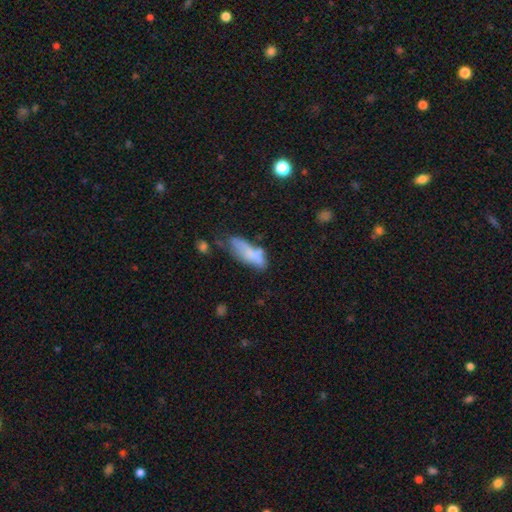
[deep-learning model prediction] smooth-or-featured: smooth: 62% | featured or disk: 27% | star or artifact: 10%
  how-rounded: in between: 64% | cigar-shaped: 33% | round: 3%
  merging: none: 35% | minor disturbance: 26% | merger: 20% | major disturbance: 19%